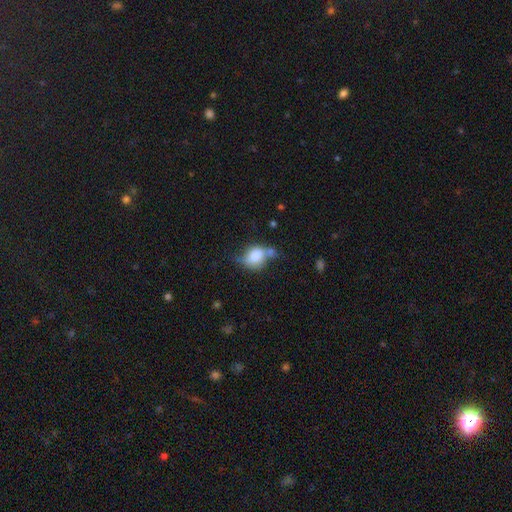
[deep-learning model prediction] This is likely a smooth galaxy (70%). How rounded: likely in between (62%). Merging: marginally none (29%, tied with merger).